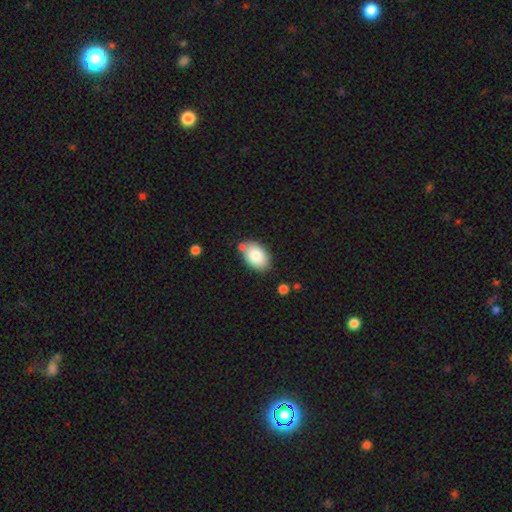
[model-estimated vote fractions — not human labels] Smooth or featured: smooth — 84% (featured or disk — 10%)
How rounded: in between — 91% (round — 8%)
Merging: none — 75% (minor disturbance — 15%)